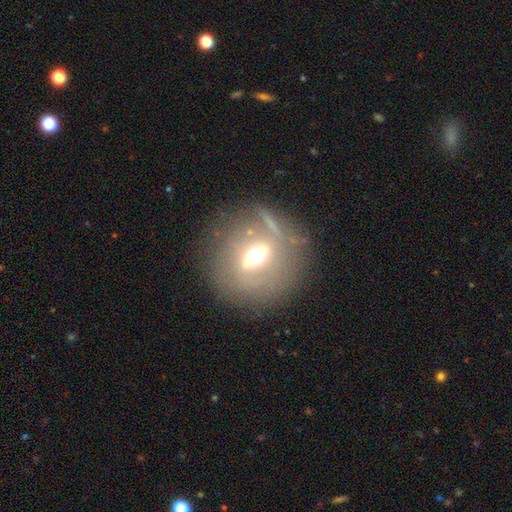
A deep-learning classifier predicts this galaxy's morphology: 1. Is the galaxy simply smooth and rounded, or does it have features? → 57% featured or disk, 30% smooth, 13% star or artifact.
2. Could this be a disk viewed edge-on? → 56% no, 44% yes.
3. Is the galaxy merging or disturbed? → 74% none, 12% minor disturbance, 7% major disturbance, 7% merger.